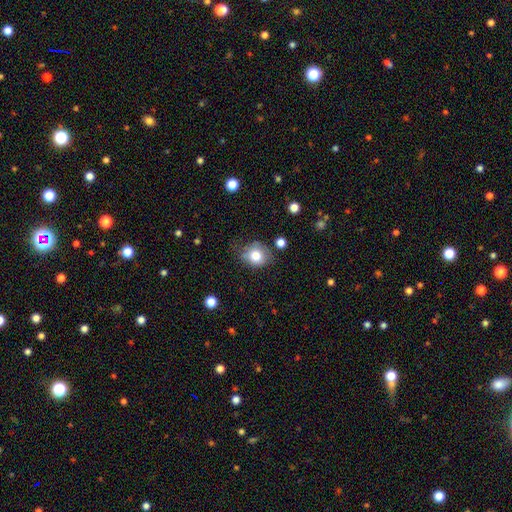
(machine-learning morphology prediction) Smooth or featured? Predicted: smooth (p=0.79). How rounded? Predicted: round (p=0.68). Merging? Predicted: none (p=0.60).